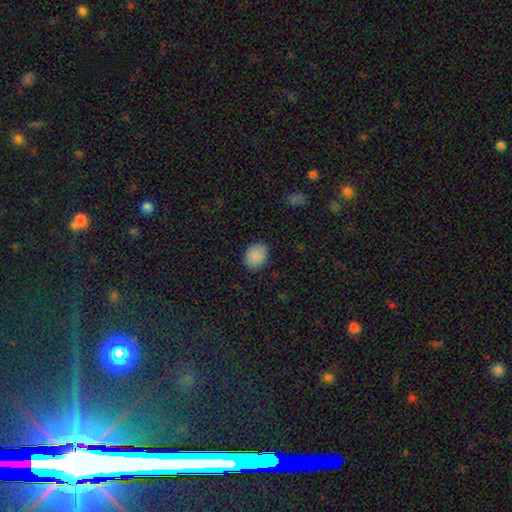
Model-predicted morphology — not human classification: Overall: smooth (89%). How rounded: in between (50%; round 49%). Merging: none (87%).